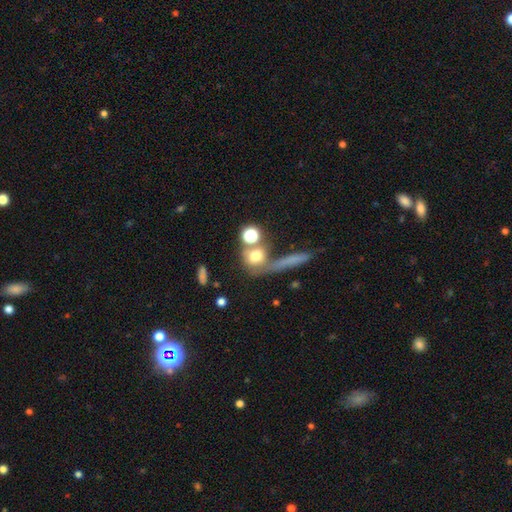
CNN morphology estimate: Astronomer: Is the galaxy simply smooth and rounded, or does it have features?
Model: smooth — 67%.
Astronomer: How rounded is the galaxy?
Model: round — 69%.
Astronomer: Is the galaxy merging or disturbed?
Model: none — 42% (runner-up: merger, 34%).